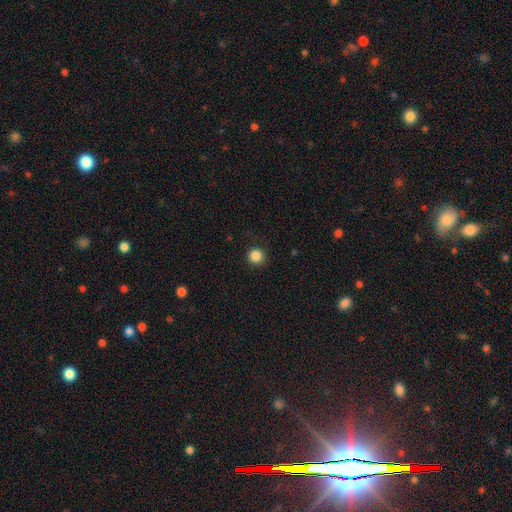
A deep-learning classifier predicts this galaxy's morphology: This appears to be a smooth galaxy with no disk features (86%) that is round (94%). Merging: none (90%).